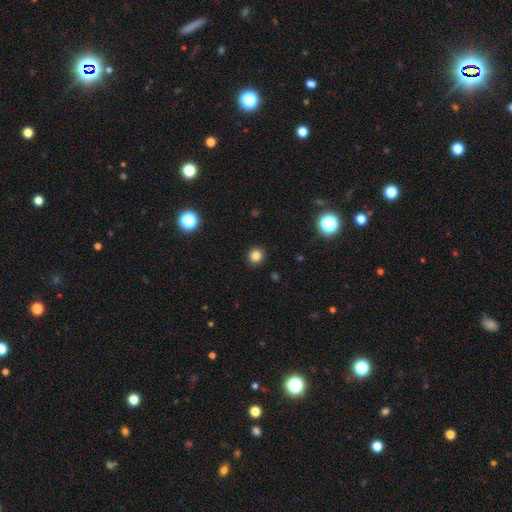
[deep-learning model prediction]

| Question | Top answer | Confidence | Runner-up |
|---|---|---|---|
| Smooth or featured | smooth | 83% | star or artifact (13%) |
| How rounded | round | 89% | in between (10%) |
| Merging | none | 91% | minor disturbance (6%) |